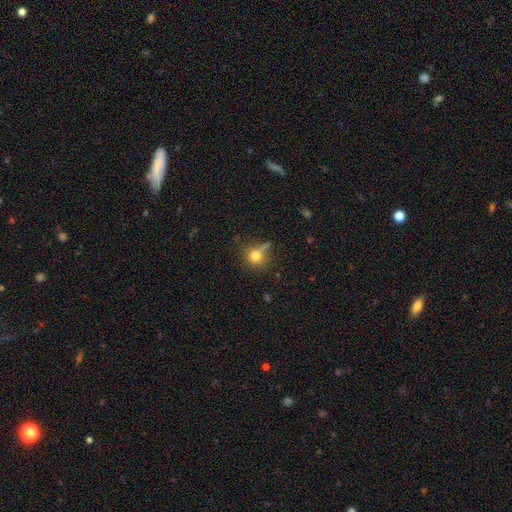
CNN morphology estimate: Smooth or featured: smooth — 77% (star or artifact — 13%)
How rounded: round — 85% (in between — 14%)
Merging: none — 60% (minor disturbance — 20%)